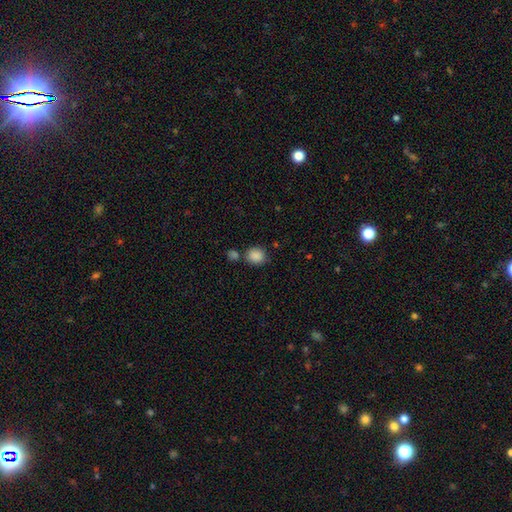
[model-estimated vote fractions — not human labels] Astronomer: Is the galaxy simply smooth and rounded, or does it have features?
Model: smooth — 87%.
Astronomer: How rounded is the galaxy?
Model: round — 74%.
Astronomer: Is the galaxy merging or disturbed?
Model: none — 69%.